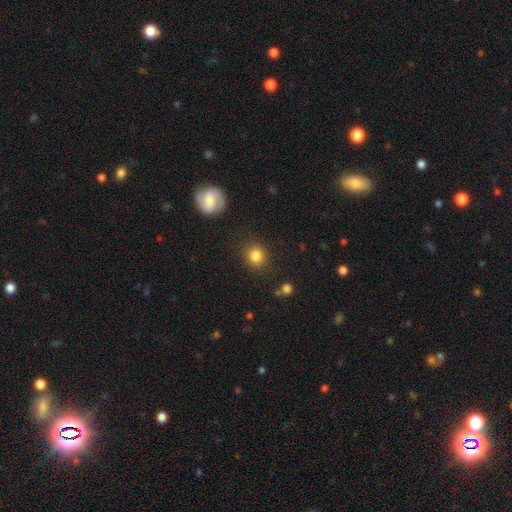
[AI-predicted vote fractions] Smooth or featured?
  - smooth: 83% *
  - star or artifact: 11%
  - featured or disk: 6%
How rounded?
  - round: 86% *
  - in between: 13%
  - cigar-shaped: 1%
Merging?
  - none: 87% *
  - minor disturbance: 8%
  - major disturbance: 3%
  - merger: 2%